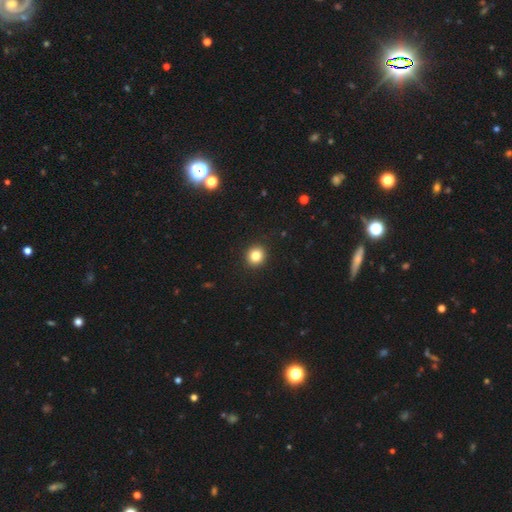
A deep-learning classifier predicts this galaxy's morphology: Smooth or featured?
  - smooth: 83% *
  - star or artifact: 11%
  - featured or disk: 6%
How rounded?
  - round: 86% *
  - in between: 13%
  - cigar-shaped: 1%
Merging?
  - none: 93% *
  - minor disturbance: 5%
  - major disturbance: 2%
  - merger: 1%